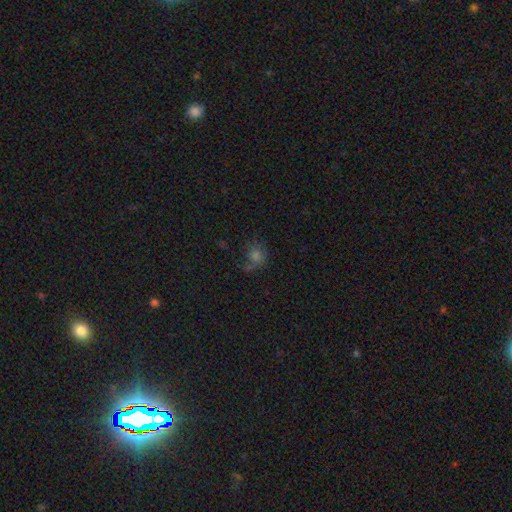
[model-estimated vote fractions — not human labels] Smooth or featured? Predicted: smooth (p=0.57). How rounded? Predicted: round (p=0.73). Merging? Predicted: none (p=0.49).